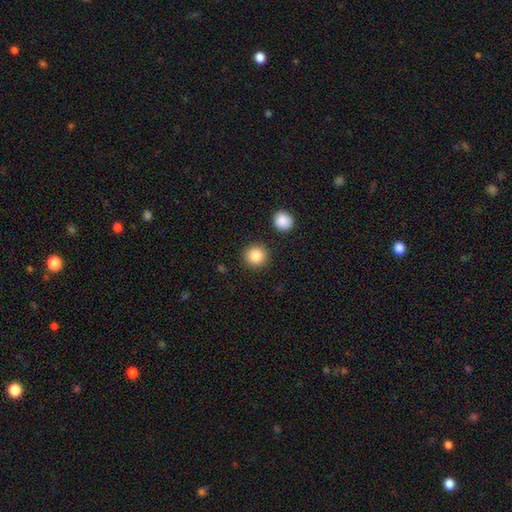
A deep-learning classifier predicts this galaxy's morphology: This is clearly a smooth galaxy (85%). How rounded: clearly round (93%). Merging: clearly none (89%).